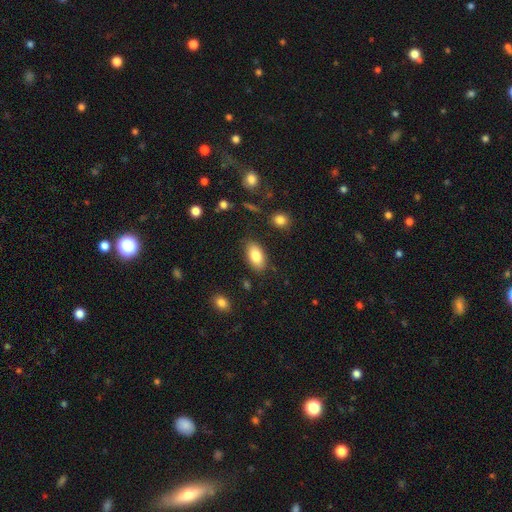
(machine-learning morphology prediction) A smooth galaxy with no disk features (84%) that is in between round and cigar-shaped (94%). Merging: none (84%).